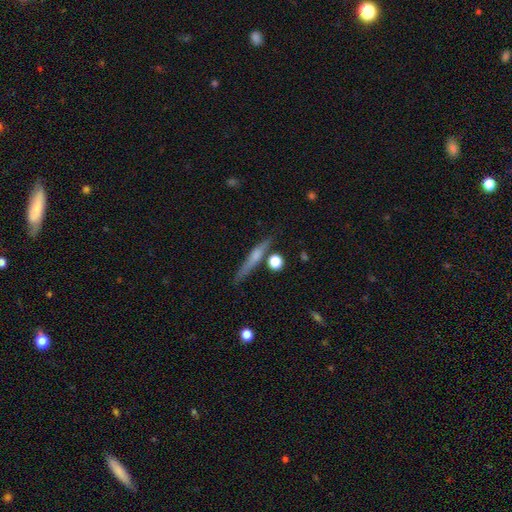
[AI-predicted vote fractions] A smooth galaxy with no disk features (48%).

Vote fractions:
- Smooth or featured? smooth: 48% / featured or disk: 44% / star or artifact: 8%
- Merging? none: 79% / minor disturbance: 12% / merger: 6% / major disturbance: 3%